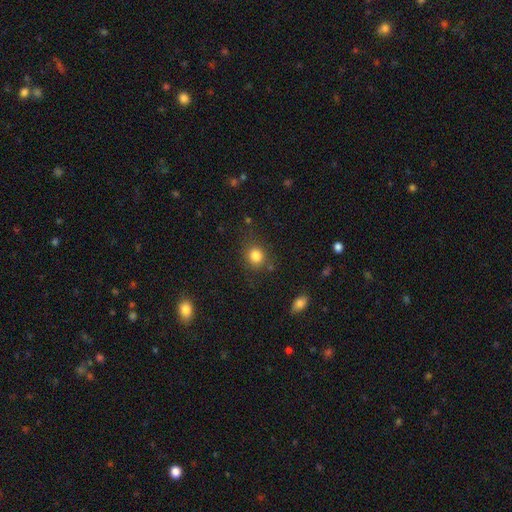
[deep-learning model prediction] Smooth or featured: smooth — 83% (star or artifact — 11%)
How rounded: round — 78% (in between — 21%)
Merging: none — 78% (minor disturbance — 13%)